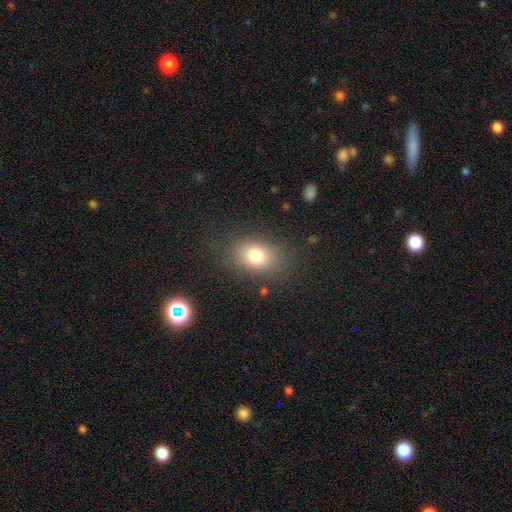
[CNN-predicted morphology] A smooth galaxy with no disk features (78%) that is in between round and cigar-shaped (71%).

Vote fractions:
- Smooth or featured? smooth: 78% / star or artifact: 12% / featured or disk: 11%
- How rounded? in between: 71% / round: 28% / cigar-shaped: 1%
- Merging? none: 79% / minor disturbance: 13% / major disturbance: 6% / merger: 1%